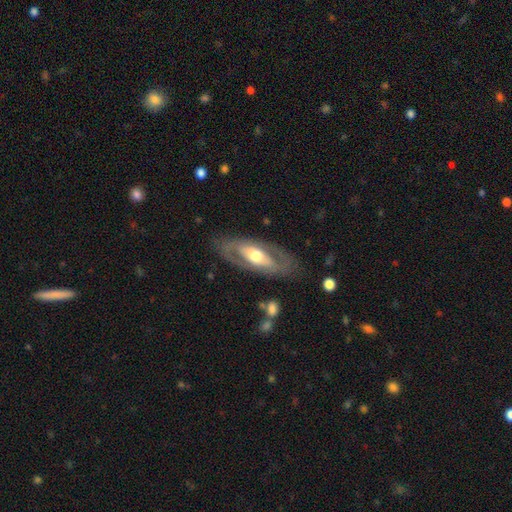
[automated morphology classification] This is likely a featured or disk galaxy (68%). It is clearly not viewed edge-on (85%). Bar: possibly no (56%). Spiral arm pattern: possibly no (57%). Central bulge: likely moderate (64%). Merging: likely none (79%).